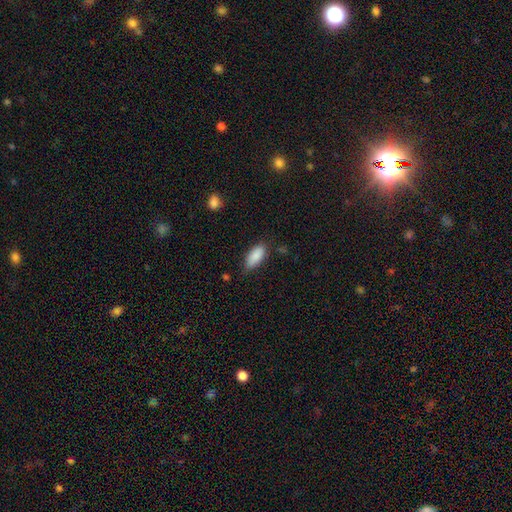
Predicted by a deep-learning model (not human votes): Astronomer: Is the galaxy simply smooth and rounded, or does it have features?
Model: smooth — 88%.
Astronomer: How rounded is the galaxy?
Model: in between — 86%.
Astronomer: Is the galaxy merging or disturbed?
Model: none — 72%.